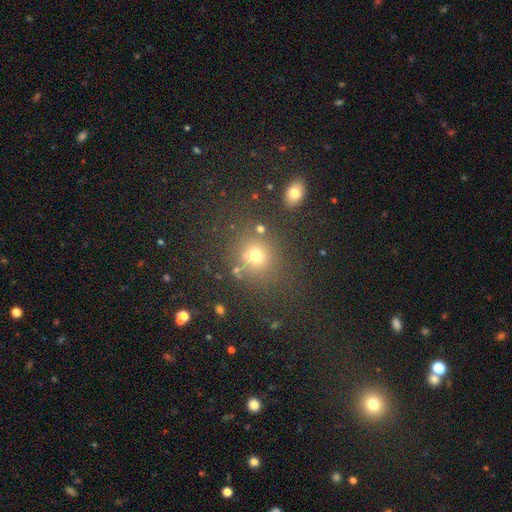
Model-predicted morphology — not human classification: Smooth or featured: smooth — 69% (star or artifact — 21%)
How rounded: round — 78% (in between — 20%)
Merging: none — 74% (minor disturbance — 11%)